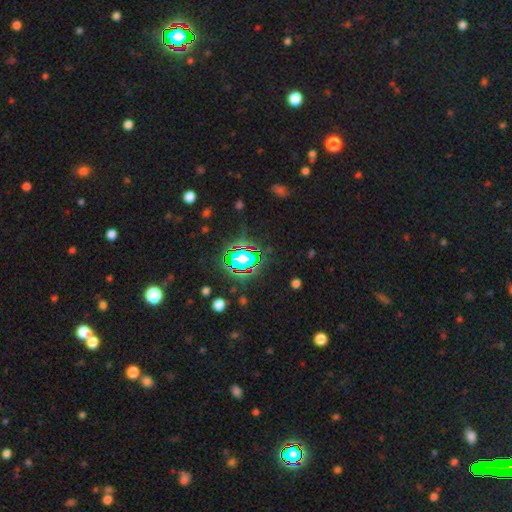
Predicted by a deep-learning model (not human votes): smooth_or_featured: star or artifact (p=0.81) [alt: smooth p=0.12]